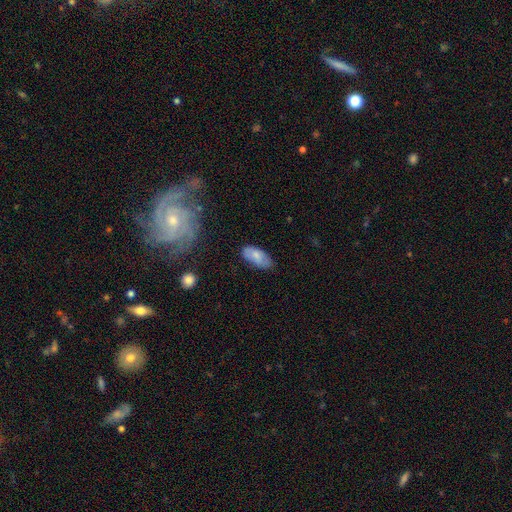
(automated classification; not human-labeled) Smooth or featured? smooth (77%)
How rounded? in between (91%)
Merging? none (74%)